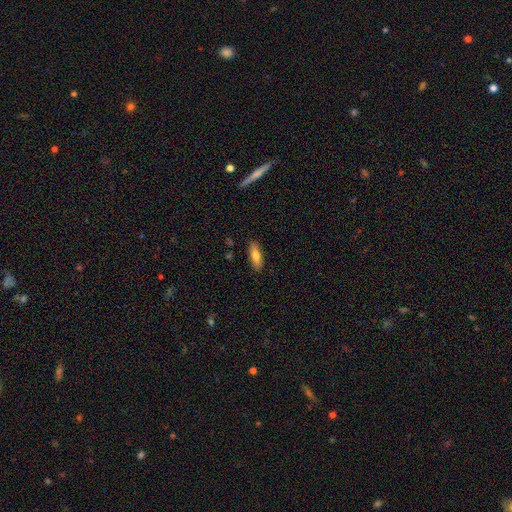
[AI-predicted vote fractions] Smooth or featured?
  - smooth: 73% *
  - featured or disk: 21%
  - star or artifact: 7%
How rounded?
  - in between: 63% *
  - cigar-shaped: 35%
  - round: 2%
Merging?
  - none: 88% *
  - minor disturbance: 9%
  - major disturbance: 2%
  - merger: 1%